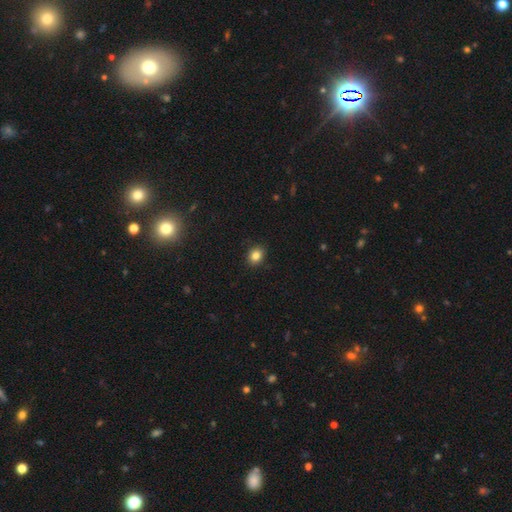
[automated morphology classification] The model was most divided on "how rounded": round: 58%, in between: 42%, cigar-shaped: 1%. More confident: merging — none (89%); smooth or featured — smooth (84%).